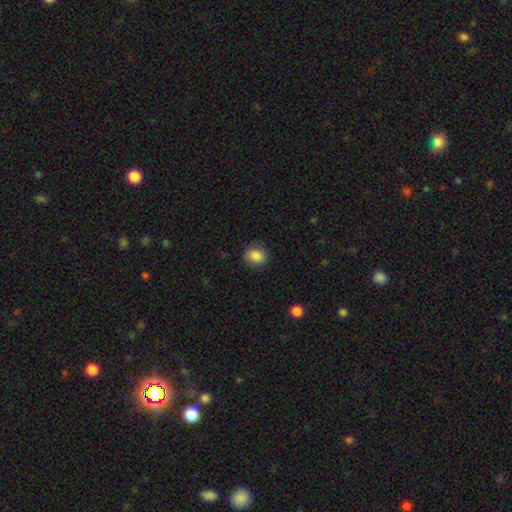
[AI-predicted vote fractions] smooth_or_featured: smooth (p=0.86) [alt: star or artifact p=0.09]
how_rounded: round (p=0.60) [alt: in between p=0.39]
merging: none (p=0.84) [alt: minor disturbance p=0.12]